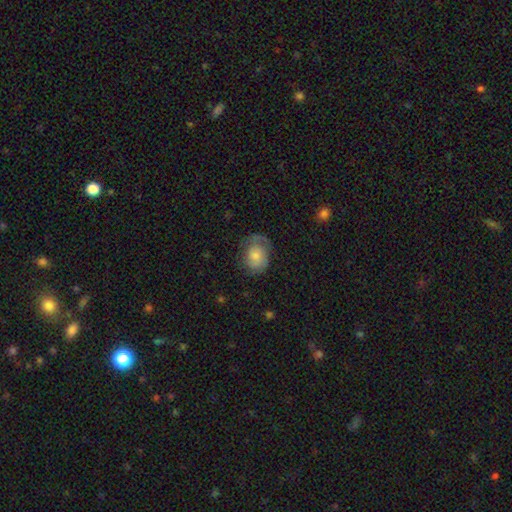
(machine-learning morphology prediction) type=smooth (47%); merging=none (58%).